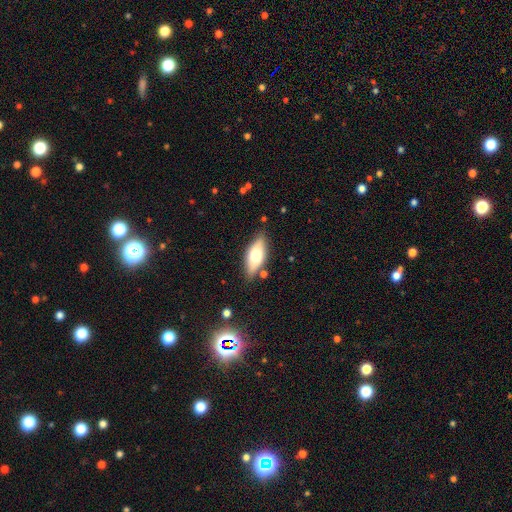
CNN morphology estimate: Smooth or featured: smooth — 61% (featured or disk — 32%)
How rounded: in between — 78% (cigar-shaped — 19%)
Merging: none — 80% (minor disturbance — 14%)